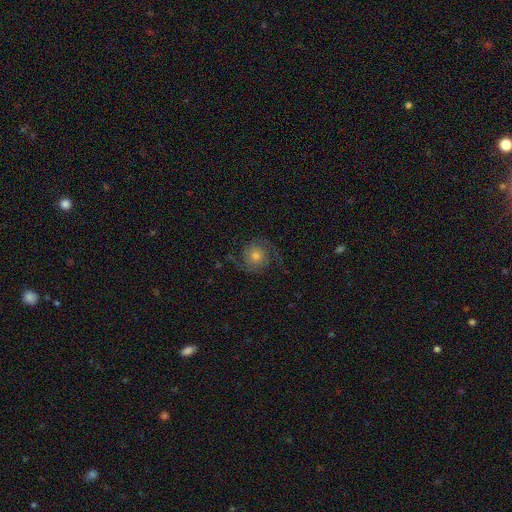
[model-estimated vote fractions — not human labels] Morphology: type=featured or disk (77%); edge-on=no (98%); bar=no (77%); spiral arms=yes (96%); winding=medium (48%); arm count=2 (89%); bulge=moderate (54%); merging=none (78%).